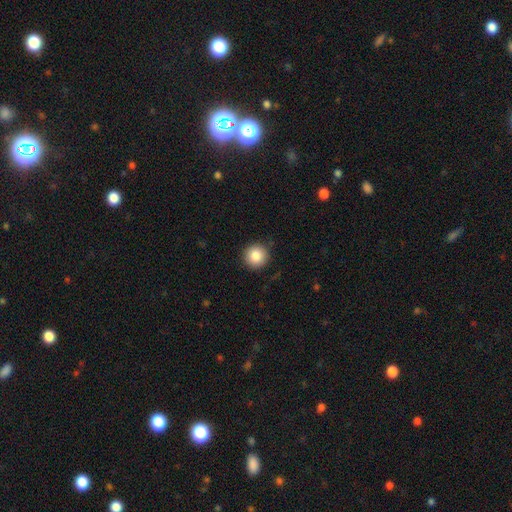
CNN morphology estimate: Smooth or featured? Predicted: smooth (p=0.85). How rounded? Predicted: round (p=0.94). Merging? Predicted: none (p=0.90).